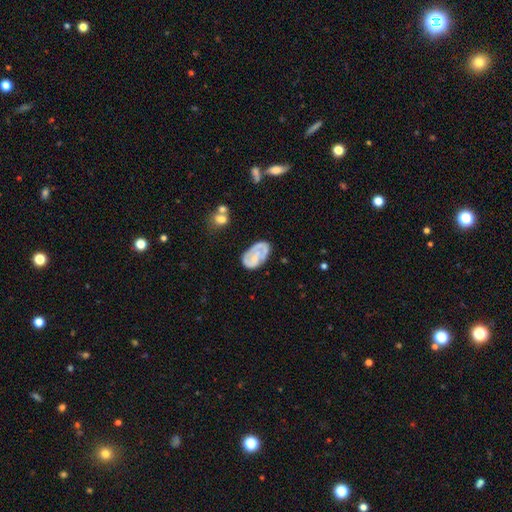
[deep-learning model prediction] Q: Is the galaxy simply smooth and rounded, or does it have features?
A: featured or disk — 61%.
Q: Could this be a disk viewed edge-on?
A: no — 96%.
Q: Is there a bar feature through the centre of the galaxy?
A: no — 60%.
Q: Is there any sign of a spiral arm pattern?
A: yes — 65%.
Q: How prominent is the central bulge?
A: small — 53%.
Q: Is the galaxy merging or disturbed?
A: none — 58%.